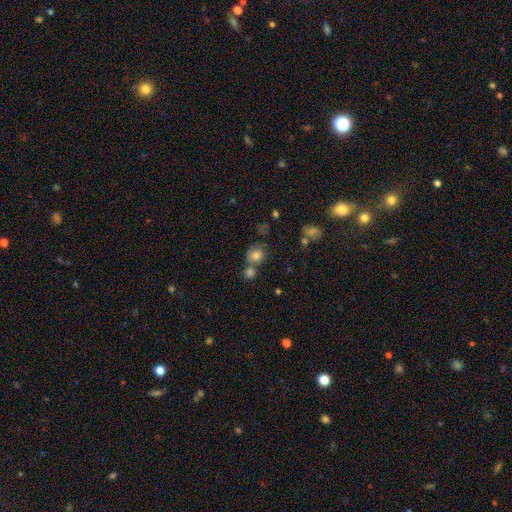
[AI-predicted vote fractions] smooth_or_featured: smooth (p=0.79) [alt: star or artifact p=0.12]
how_rounded: round (p=0.76) [alt: in between p=0.23]
merging: none (p=0.53) [alt: merger p=0.32]